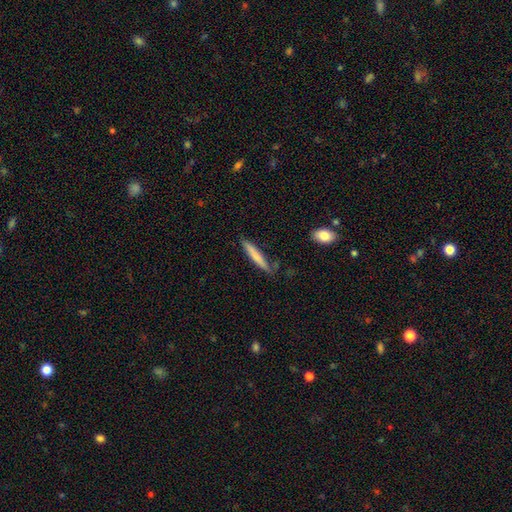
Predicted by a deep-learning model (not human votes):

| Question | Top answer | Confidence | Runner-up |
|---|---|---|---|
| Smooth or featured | smooth | 70% | featured or disk (24%) |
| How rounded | cigar-shaped | 94% | in between (5%) |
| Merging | none | 75% | minor disturbance (18%) |